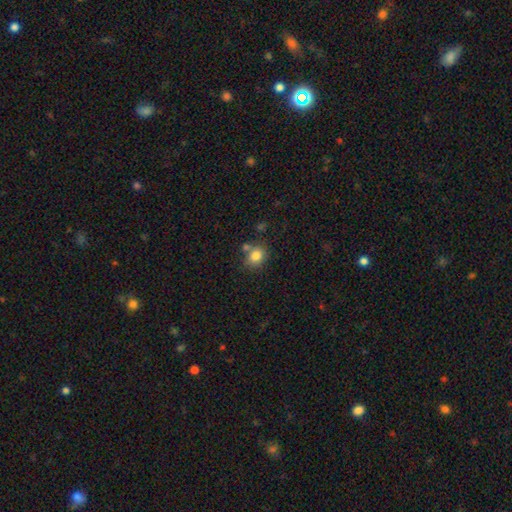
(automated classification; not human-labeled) Morphology: type=smooth (82%); roundness=round (57%); merging=none (62%).